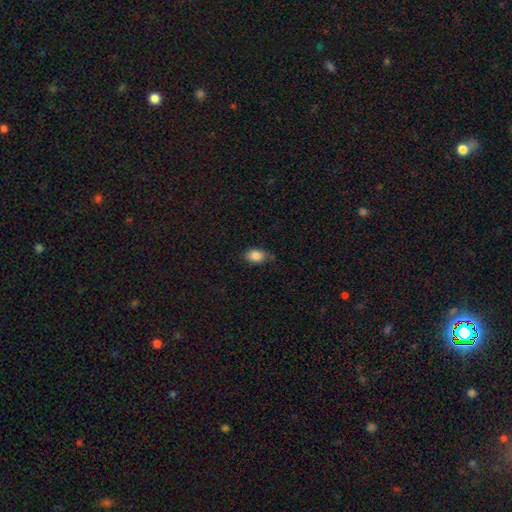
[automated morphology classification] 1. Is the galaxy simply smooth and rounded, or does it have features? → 85% smooth, 9% star or artifact, 7% featured or disk.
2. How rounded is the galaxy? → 81% in between, 18% round, 2% cigar-shaped.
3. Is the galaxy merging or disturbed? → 72% none, 22% minor disturbance, 4% major disturbance, 2% merger.